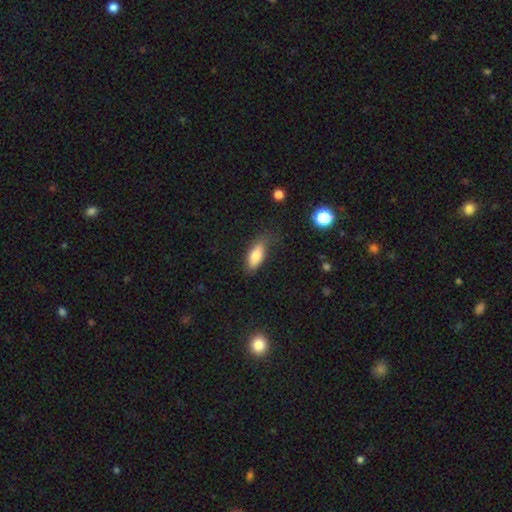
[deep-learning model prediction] Smooth or featured? smooth (83%)
How rounded? in between (81%)
Merging? none (65%)